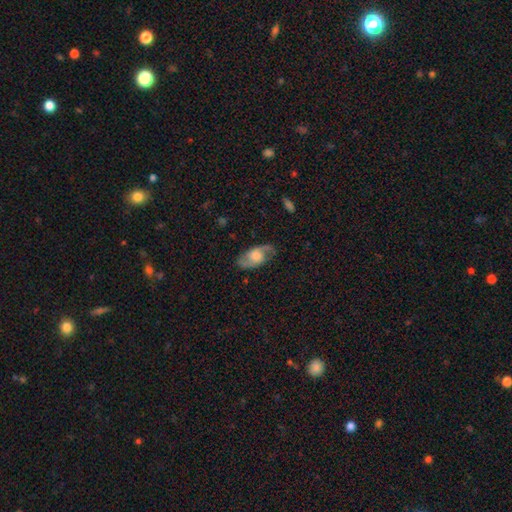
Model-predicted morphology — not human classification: This appears to be a featured or disk galaxy (58%) with no bar (67%), spiral arms (77%) and a large central bulge (39%). Merging: none (75%).